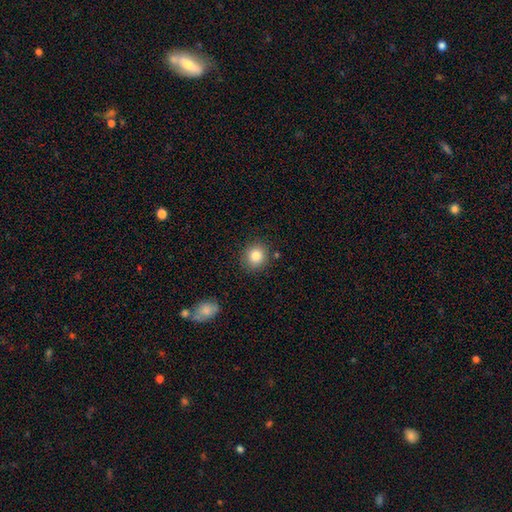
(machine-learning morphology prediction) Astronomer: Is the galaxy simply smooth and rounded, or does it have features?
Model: smooth — 84%.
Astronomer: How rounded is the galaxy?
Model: round — 84%.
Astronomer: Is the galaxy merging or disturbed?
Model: none — 87%.